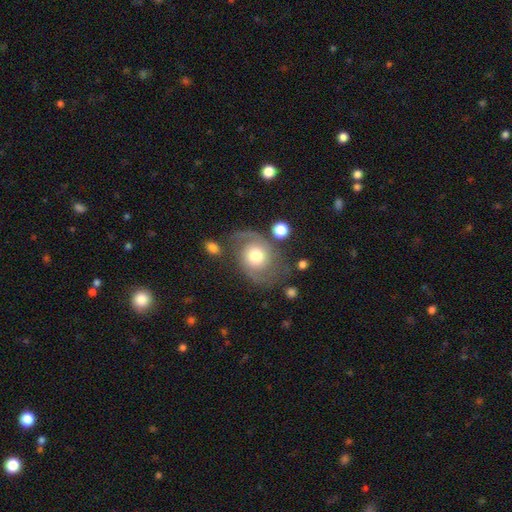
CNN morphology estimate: Smooth or featured?
  - featured or disk: 77% *
  - smooth: 17%
  - star or artifact: 6%
Edge-on disk?
  - no: 98% *
  - yes: 2%
Bar?
  - no: 74% *
  - weak: 22%
  - strong: 4%
Spiral arms?
  - yes: 92% *
  - no: 8%
Spiral winding?
  - medium: 52% *
  - loose: 25%
  - tight: 23%
Spiral arm count?
  - 2: 90% *
  - can't tell: 4%
  - 1: 2%
  - 3: 1%
  - 4: 1%
  - more than 4: 1%
Bulge size?
  - moderate: 58% *
  - large: 31%
  - small: 7%
  - dominant: 3%
  - none: 2%
Merging?
  - none: 64% *
  - minor disturbance: 19%
  - major disturbance: 12%
  - merger: 5%